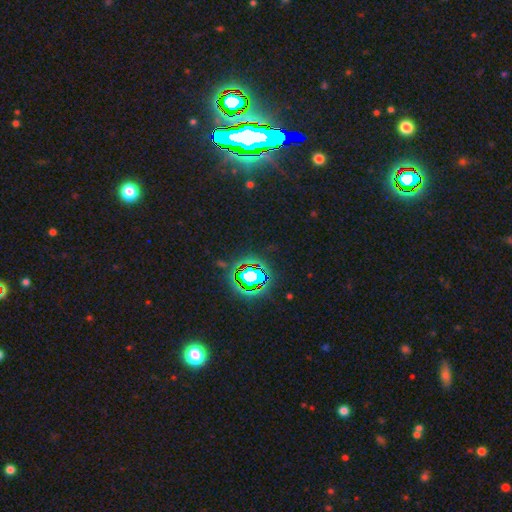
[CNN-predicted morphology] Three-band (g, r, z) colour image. It shows a star or artifact, not a galaxy (83%).